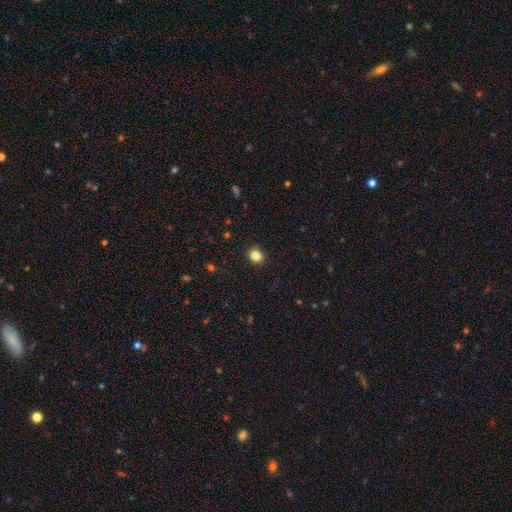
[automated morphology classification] Overall: smooth (84%). How rounded: round (63%; in between 37%). Merging: none (91%).